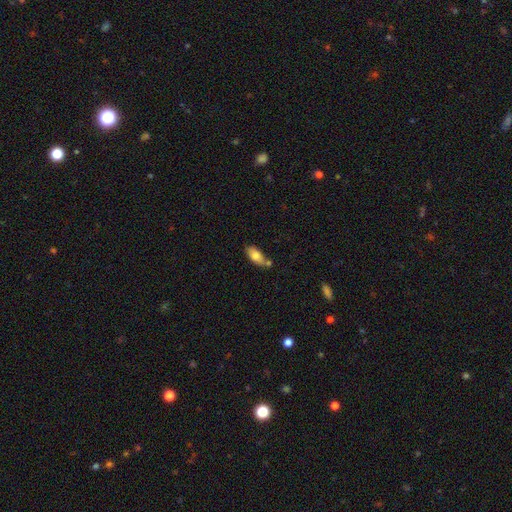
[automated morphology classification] smooth_or_featured: smooth (p=0.76) [alt: featured or disk p=0.17]
how_rounded: in between (p=0.87) [alt: cigar-shaped p=0.11]
merging: none (p=0.59) [alt: merger p=0.20]